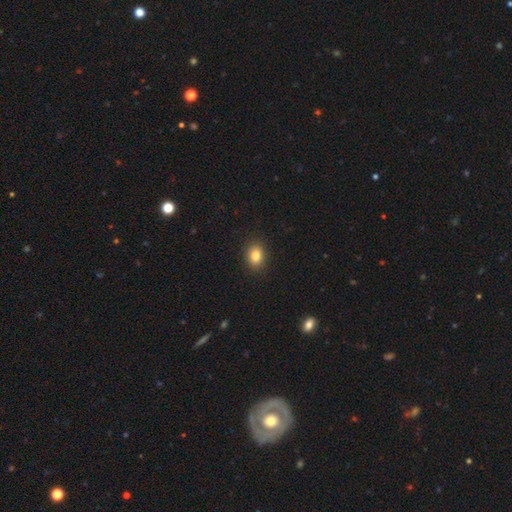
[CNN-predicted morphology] Overall: smooth (84%). How rounded: in between (61%; round 38%). Merging: none (89%).